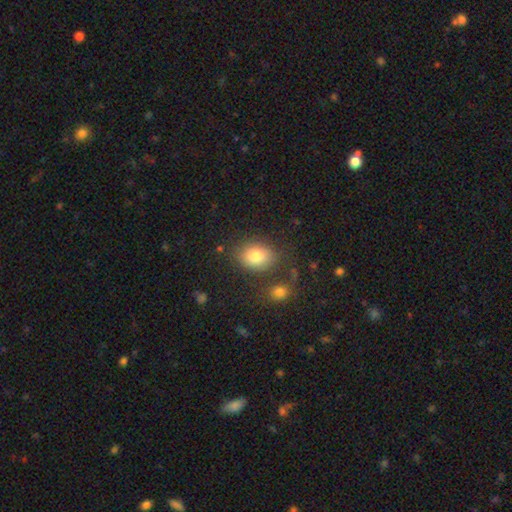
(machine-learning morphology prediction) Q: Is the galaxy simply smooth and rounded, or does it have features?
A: smooth — 80%.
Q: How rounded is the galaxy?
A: in between — 65%.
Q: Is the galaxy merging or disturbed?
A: none — 75%.